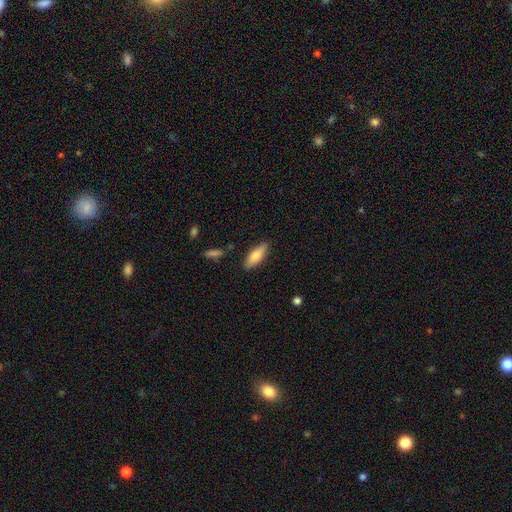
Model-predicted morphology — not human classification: The model was most divided on "how rounded": in between: 63%, cigar-shaped: 35%, round: 2%. More confident: merging — none (85%); smooth or featured — smooth (75%).